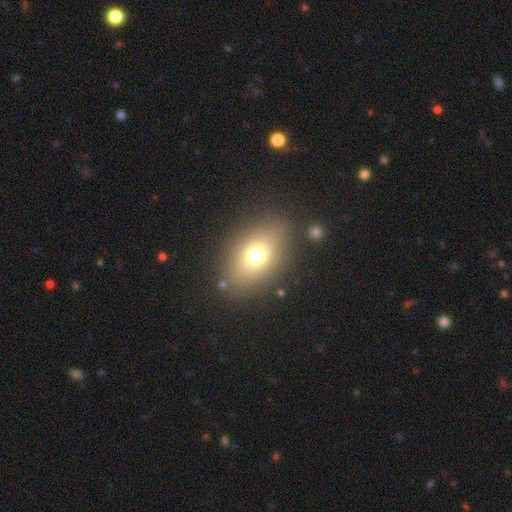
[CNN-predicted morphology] This is likely a smooth galaxy (71%). How rounded: likely in between (75%). Merging: clearly none (83%).